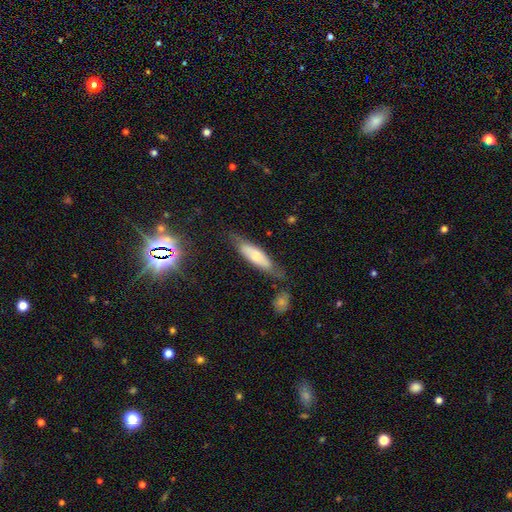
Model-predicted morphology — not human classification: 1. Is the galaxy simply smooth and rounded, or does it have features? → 62% smooth, 32% featured or disk, 7% star or artifact.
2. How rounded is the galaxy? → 65% cigar-shaped, 33% in between, 2% round.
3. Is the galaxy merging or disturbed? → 66% none, 22% minor disturbance, 7% major disturbance, 5% merger.